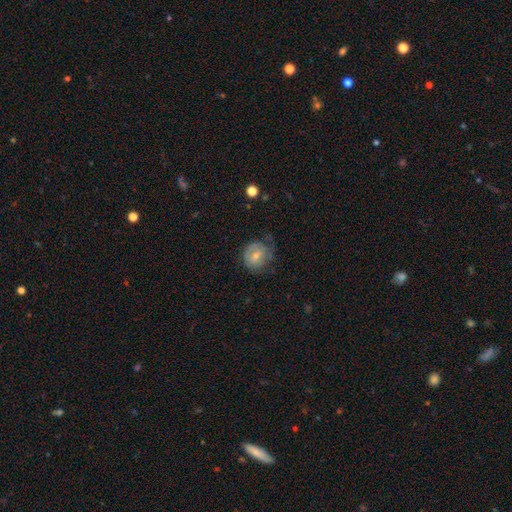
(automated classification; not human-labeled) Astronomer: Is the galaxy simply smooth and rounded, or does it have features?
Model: smooth — 57% (runner-up: featured or disk, 35%).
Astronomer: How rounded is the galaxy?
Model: round — 68%.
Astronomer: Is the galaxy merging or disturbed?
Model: none — 47% (runner-up: minor disturbance, 31%).